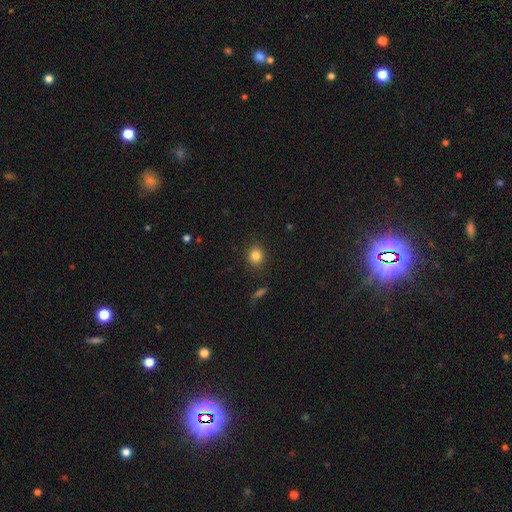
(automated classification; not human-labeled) Smooth or featured?
  - smooth: 84% *
  - star or artifact: 11%
  - featured or disk: 5%
How rounded?
  - round: 77% *
  - in between: 22%
  - cigar-shaped: 1%
Merging?
  - none: 89% *
  - minor disturbance: 7%
  - major disturbance: 2%
  - merger: 1%